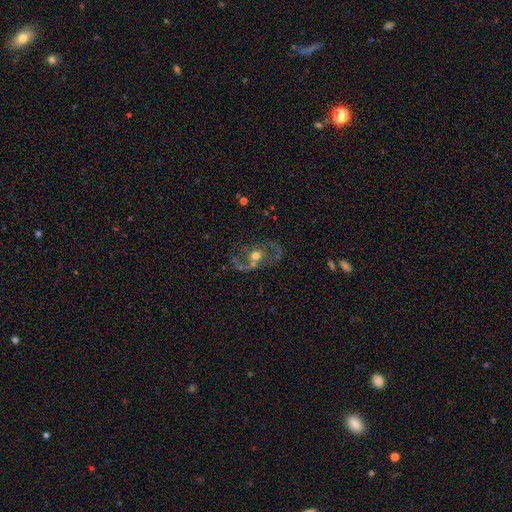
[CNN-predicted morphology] A featured or disk galaxy (71%) with no bar (72%), spiral arms (59%) and a moderate central bulge (69%). Merging: none (59%).